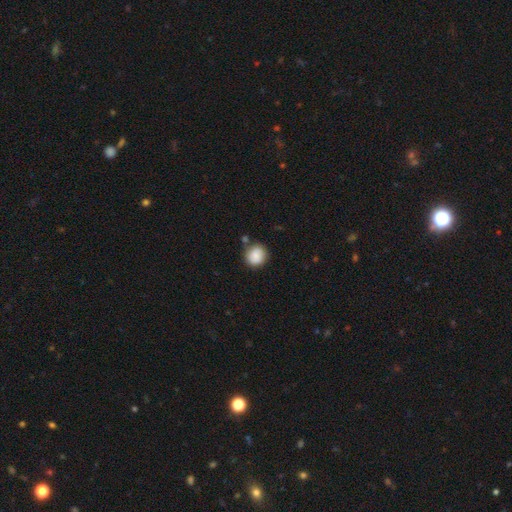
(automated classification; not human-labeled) A smooth galaxy with no disk features (86%) that is round (85%). Merging: none (73%).